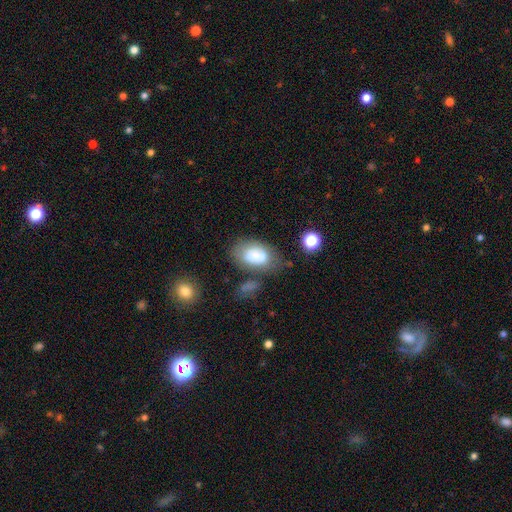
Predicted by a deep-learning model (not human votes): Overall: smooth (67%). How rounded: in between (88%). Merging: none (52%; minor disturbance 22%).